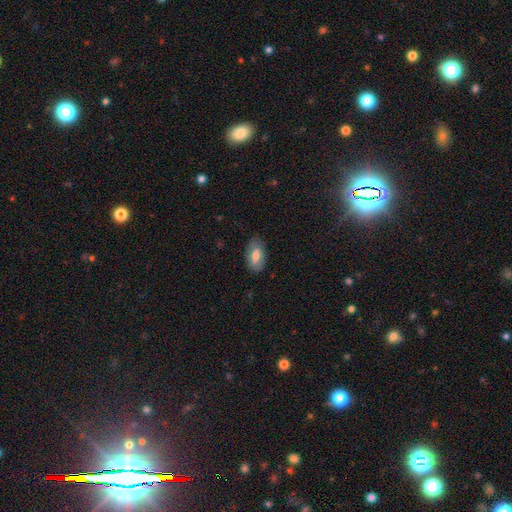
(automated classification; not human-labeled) A smooth galaxy with no disk features (66%) that is in between round and cigar-shaped (92%).

Vote fractions:
- Smooth or featured? smooth: 66% / featured or disk: 27% / star or artifact: 7%
- How rounded? in between: 92% / round: 4% / cigar-shaped: 3%
- Merging? none: 77% / minor disturbance: 18% / major disturbance: 4% / merger: 1%